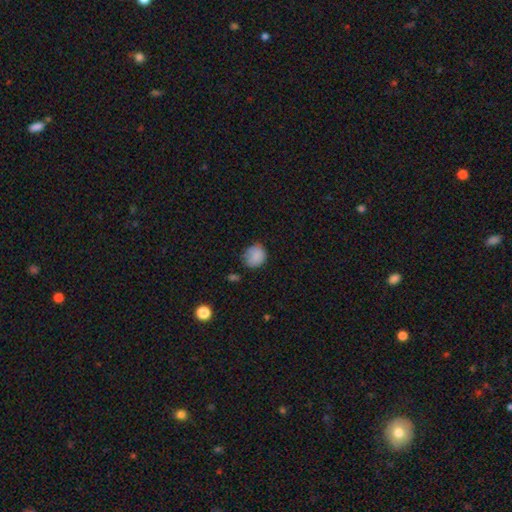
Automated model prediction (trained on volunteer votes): The model was most divided on "merging": none: 71%, minor disturbance: 22%, major disturbance: 4%, merger: 2%. More confident: smooth or featured — smooth (86%); how rounded — round (75%).